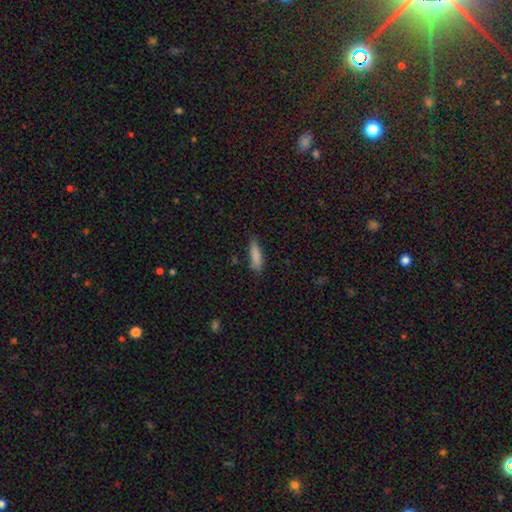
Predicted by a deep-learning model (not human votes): Smooth or featured: smooth — 86% (featured or disk — 7%)
How rounded: cigar-shaped — 60% (in between — 38%)
Merging: none — 81% (minor disturbance — 15%)